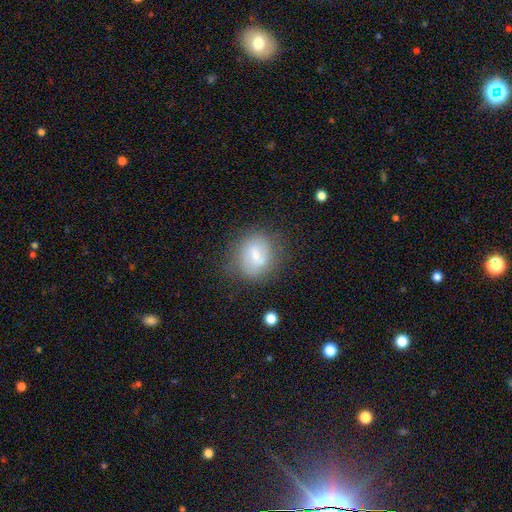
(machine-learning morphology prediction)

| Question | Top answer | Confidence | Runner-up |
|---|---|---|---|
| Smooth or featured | smooth | 58% | featured or disk (33%) |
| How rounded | round | 66% | in between (33%) |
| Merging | none | 67% | minor disturbance (20%) |